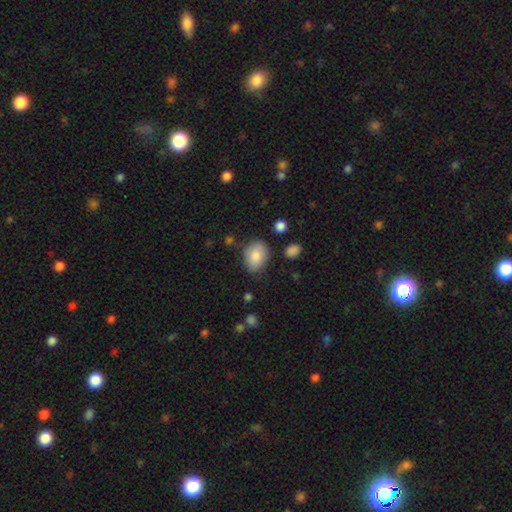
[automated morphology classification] Smooth or featured?
  - smooth: 84% *
  - featured or disk: 8%
  - star or artifact: 7%
How rounded?
  - in between: 73% *
  - round: 26%
  - cigar-shaped: 1%
Merging?
  - none: 71% *
  - minor disturbance: 21%
  - major disturbance: 5%
  - merger: 3%